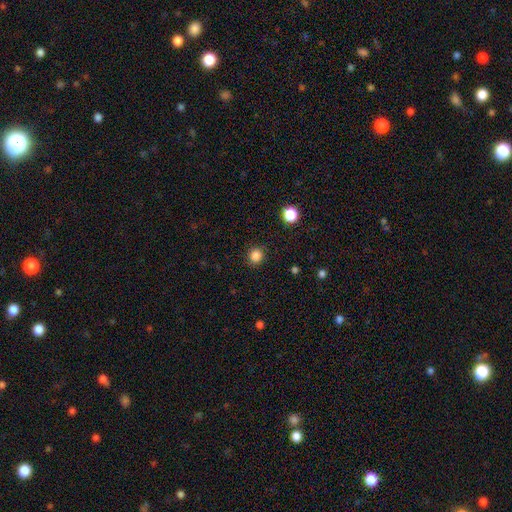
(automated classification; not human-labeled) Smooth or featured? Predicted: smooth (p=0.85). How rounded? Predicted: round (p=0.90). Merging? Predicted: none (p=0.90).